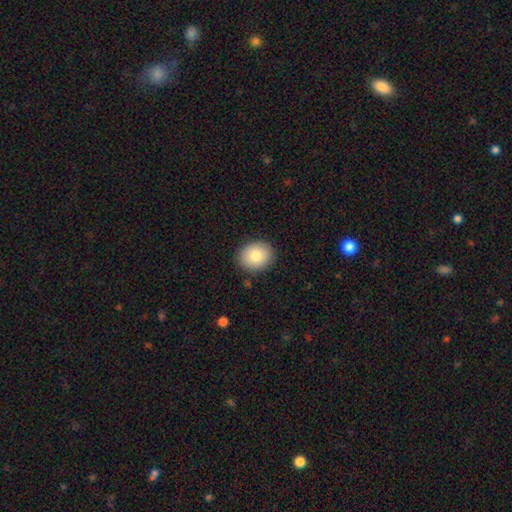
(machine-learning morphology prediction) Smooth or featured? Predicted: smooth (p=0.84). How rounded? Predicted: round (p=0.59). Merging? Predicted: none (p=0.88).